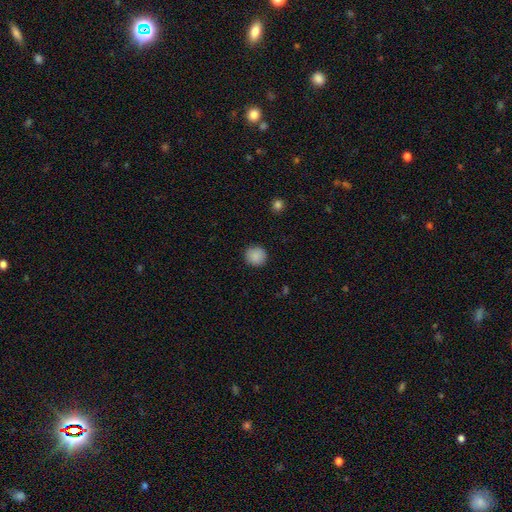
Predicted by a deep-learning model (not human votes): A smooth galaxy with no disk features (89%) that is round (93%). Merging: none (91%).